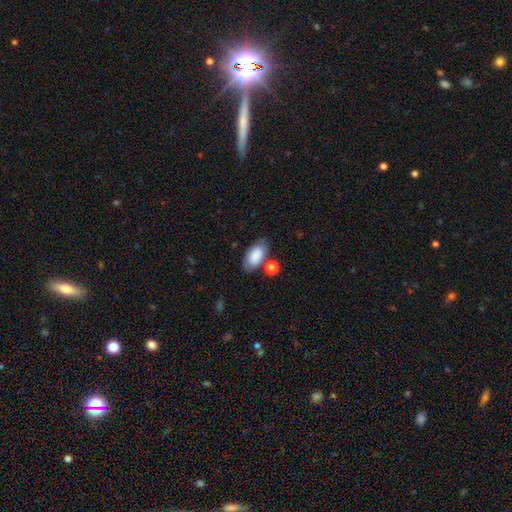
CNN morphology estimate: smooth 85%, featured or disk 8%, star or artifact 7%. Down the decision tree: how rounded — in between (94%); merging — none (69%).